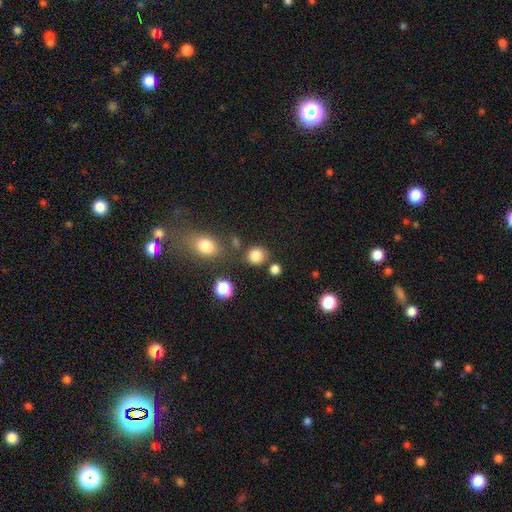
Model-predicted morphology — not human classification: This is clearly a smooth galaxy (82%). How rounded: clearly round (84%). Merging: likely none (78%).